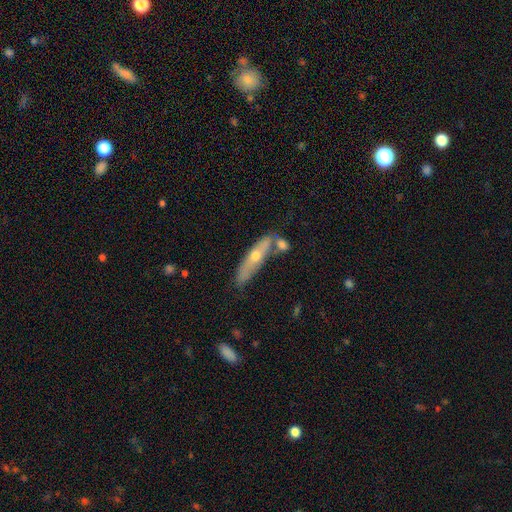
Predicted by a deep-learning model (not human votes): Smooth or featured: featured or disk — 48% (smooth — 46%)
Merging: none — 60% (minor disturbance — 18%)